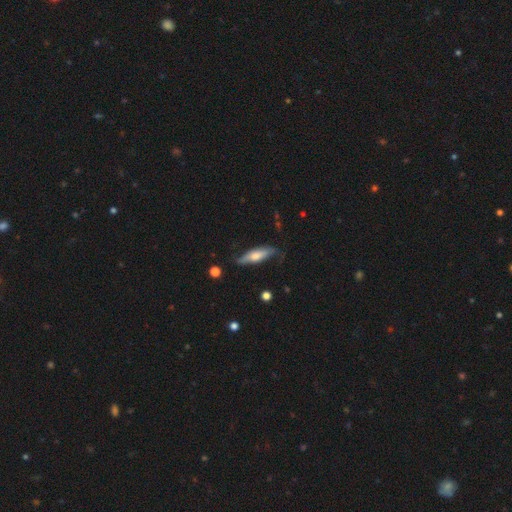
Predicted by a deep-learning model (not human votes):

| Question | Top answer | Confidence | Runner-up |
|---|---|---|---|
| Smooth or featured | smooth | 52% | featured or disk (42%) |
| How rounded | cigar-shaped | 60% | in between (38%) |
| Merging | none | 63% | minor disturbance (27%) |